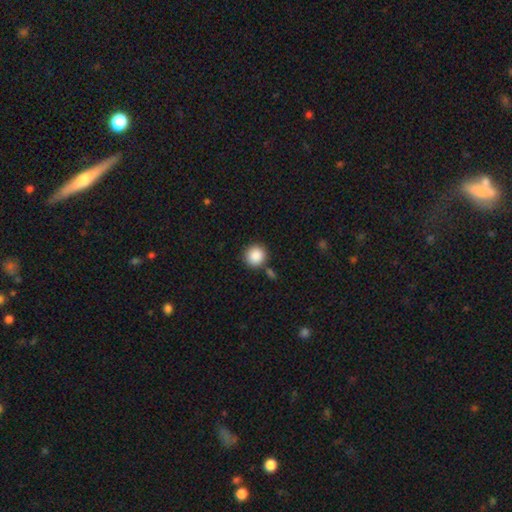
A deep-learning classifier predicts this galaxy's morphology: Smooth or featured? Predicted: smooth (p=0.88). How rounded? Predicted: round (p=0.91). Merging? Predicted: none (p=0.81).